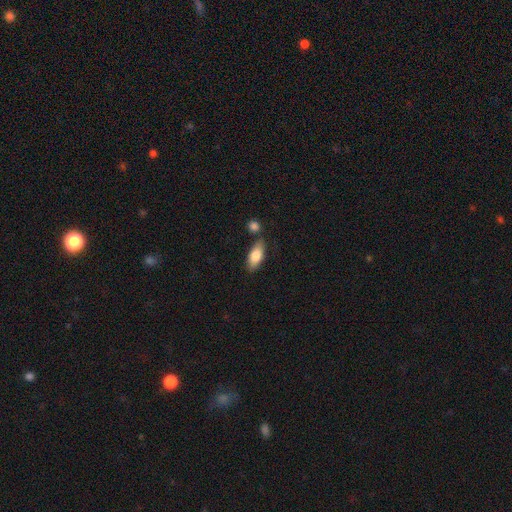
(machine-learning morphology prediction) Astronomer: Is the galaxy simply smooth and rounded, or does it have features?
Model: smooth — 81%.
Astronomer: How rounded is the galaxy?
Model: in between — 82%.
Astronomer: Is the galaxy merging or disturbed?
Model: none — 73%.